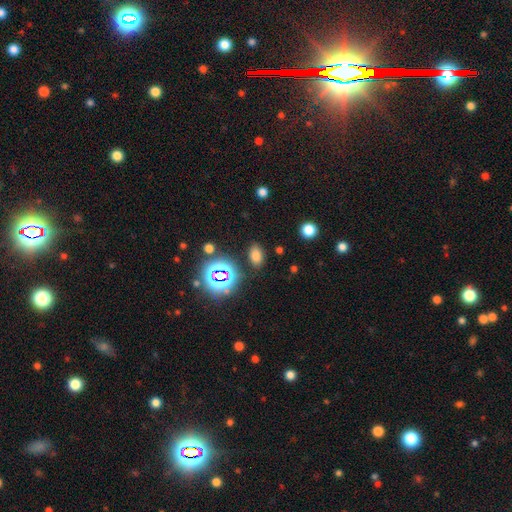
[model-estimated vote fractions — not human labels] This is likely a smooth galaxy (70%). How rounded: clearly in between (85%). Merging: clearly none (83%).